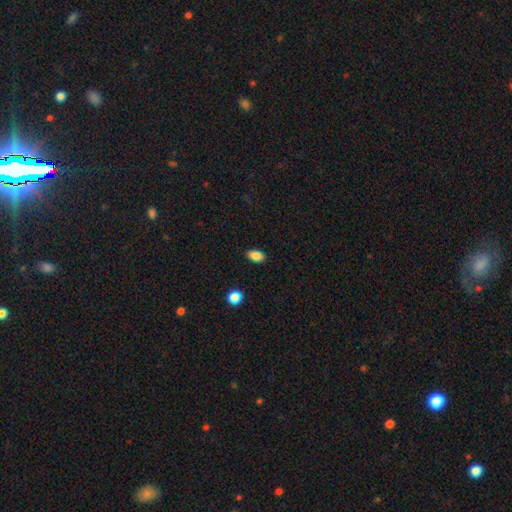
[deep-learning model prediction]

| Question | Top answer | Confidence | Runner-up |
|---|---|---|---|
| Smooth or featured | smooth | 87% | star or artifact (9%) |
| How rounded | in between | 89% | round (9%) |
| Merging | none | 87% | minor disturbance (10%) |